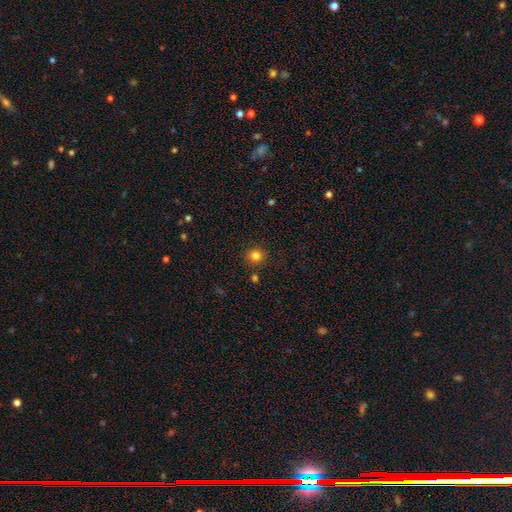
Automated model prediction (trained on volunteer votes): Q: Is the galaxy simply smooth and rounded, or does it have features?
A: smooth — 82%.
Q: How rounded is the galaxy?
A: round — 90%.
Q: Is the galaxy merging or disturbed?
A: none — 87%.